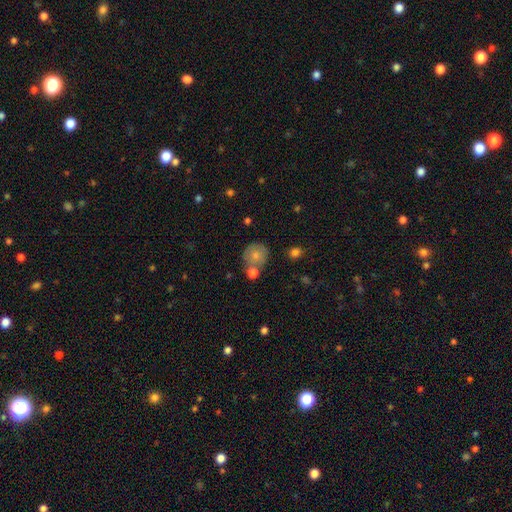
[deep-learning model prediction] Q: Smooth or featured?
A: smooth (76%); runner-up: featured or disk (15%)
Q: How rounded?
A: round (87%); runner-up: in between (12%)
Q: Merging?
A: none (62%); runner-up: merger (18%)